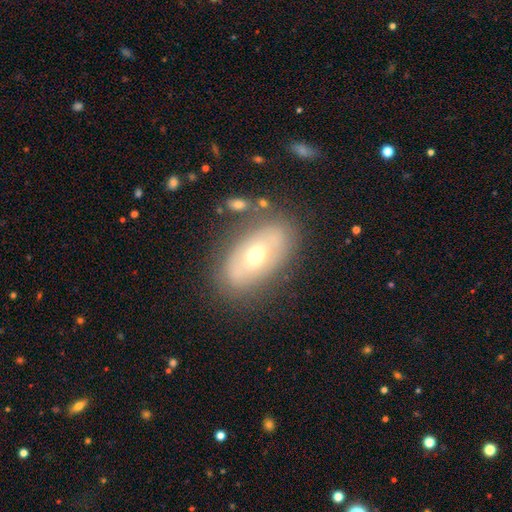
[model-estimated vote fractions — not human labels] Smooth or featured? featured or disk (51%)
Edge-on disk? no (87%)
Merging? none (78%)